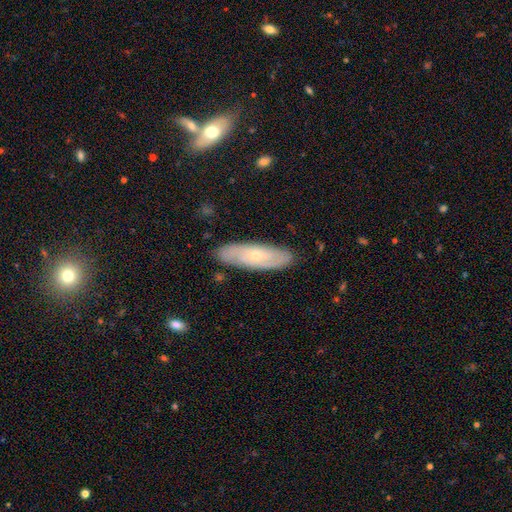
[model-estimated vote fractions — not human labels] Smooth or featured: featured or disk — 62% (smooth — 32%)
Edge-on disk: no — 79% (yes — 21%)
Merging: none — 85% (minor disturbance — 12%)